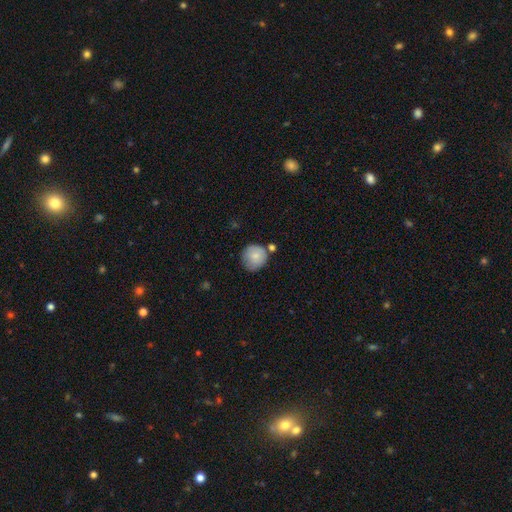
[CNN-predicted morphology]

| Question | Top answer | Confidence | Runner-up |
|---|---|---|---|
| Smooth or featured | smooth | 81% | featured or disk (12%) |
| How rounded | round | 91% | in between (8%) |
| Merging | none | 65% | minor disturbance (20%) |